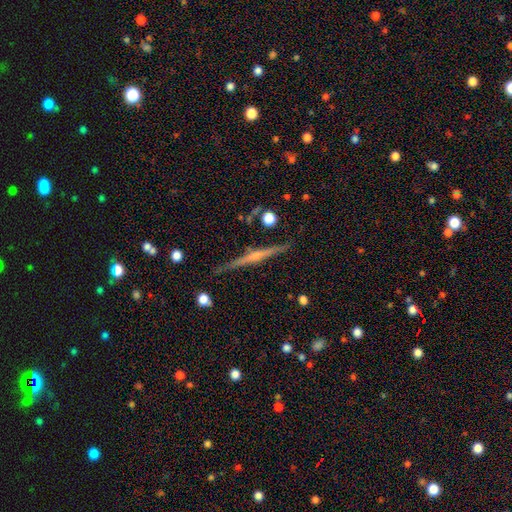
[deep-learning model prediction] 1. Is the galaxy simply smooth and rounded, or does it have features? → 80% featured or disk, 13% smooth, 7% star or artifact.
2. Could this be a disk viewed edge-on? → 98% yes, 2% no.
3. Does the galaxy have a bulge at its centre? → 76% rounded, 15% none, 9% boxy.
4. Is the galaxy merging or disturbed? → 90% none, 7% minor disturbance, 2% major disturbance, 1% merger.